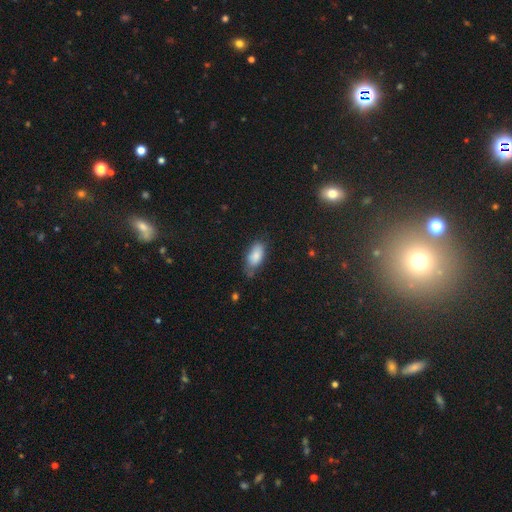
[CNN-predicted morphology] smooth 84%, featured or disk 9%, star or artifact 8%. Down the decision tree: how rounded — in between (89%); merging — none (61%).